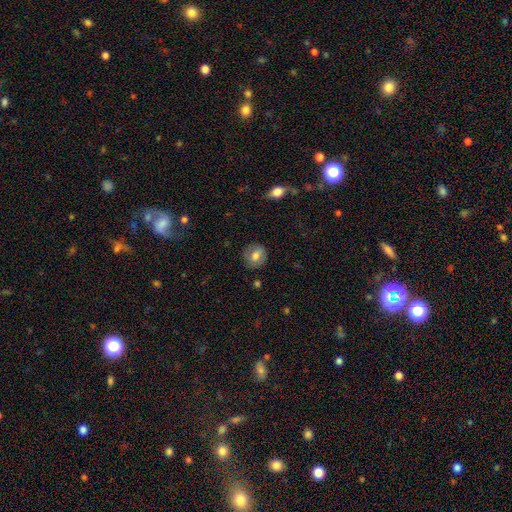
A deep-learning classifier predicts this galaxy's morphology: This is likely a smooth galaxy (73%). How rounded: likely round (80%). Merging: clearly none (83%).